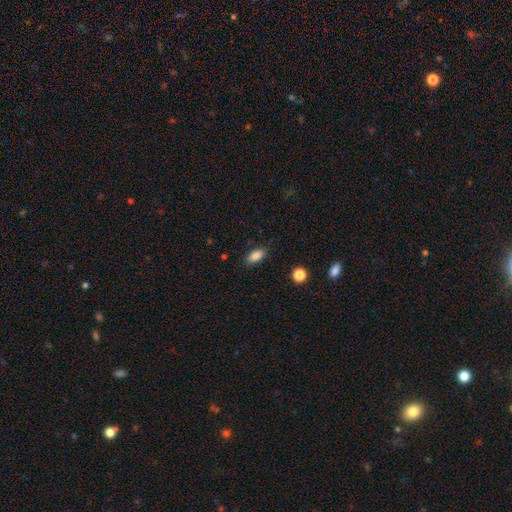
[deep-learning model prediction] The model was most divided on "merging": none: 85%, minor disturbance: 11%, major disturbance: 3%, merger: 1%. More confident: how rounded — in between (89%); smooth or featured — smooth (86%).